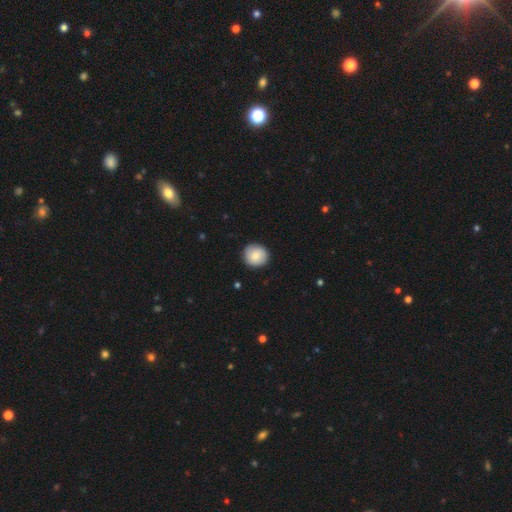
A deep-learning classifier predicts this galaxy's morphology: Overall: smooth (82%). How rounded: round (91%). Merging: none (90%).